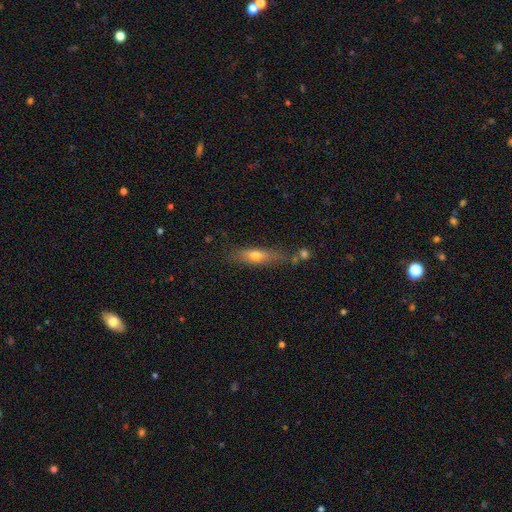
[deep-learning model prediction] Smooth or featured?
  - smooth: 59% *
  - featured or disk: 33%
  - star or artifact: 8%
How rounded?
  - cigar-shaped: 64% *
  - in between: 33%
  - round: 4%
Merging?
  - none: 67% *
  - minor disturbance: 19%
  - merger: 8%
  - major disturbance: 6%